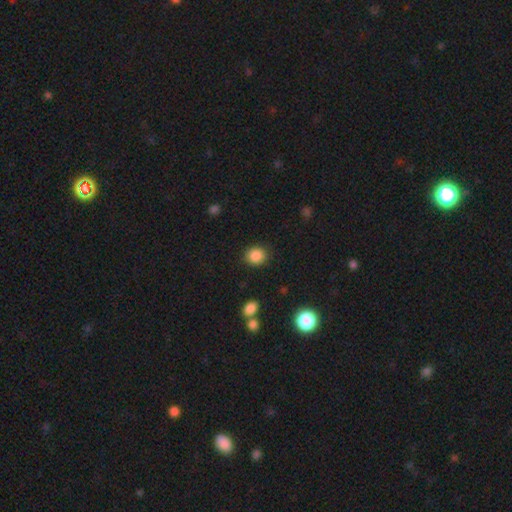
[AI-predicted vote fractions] Smooth or featured? Predicted: smooth (p=0.87). How rounded? Predicted: round (p=0.75). Merging? Predicted: none (p=0.88).